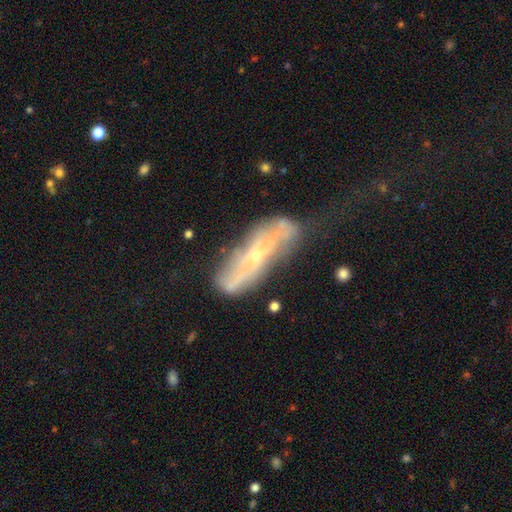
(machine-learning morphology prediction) featured or disk 66%, smooth 25%, star or artifact 8%. Down the decision tree: edge-on disk — no (69%); merging — none (41%).